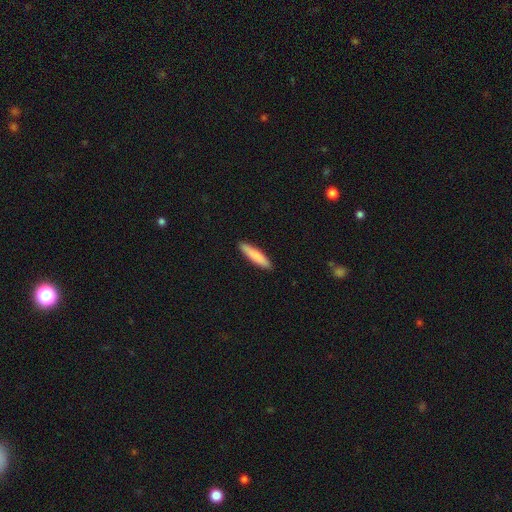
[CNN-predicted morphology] Smooth or featured: smooth — 83% (featured or disk — 11%)
How rounded: cigar-shaped — 85% (in between — 14%)
Merging: none — 90% (minor disturbance — 7%)